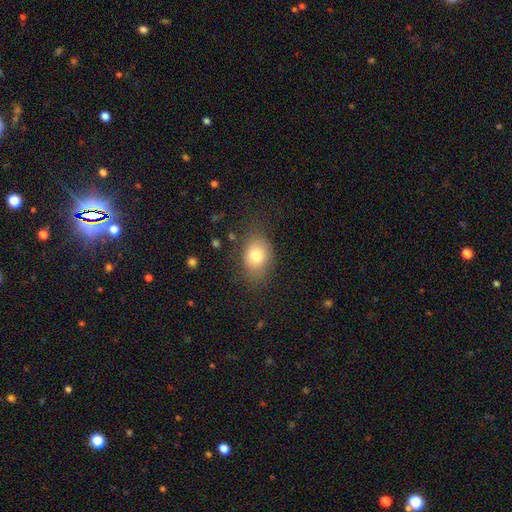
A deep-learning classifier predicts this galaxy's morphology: Smooth or featured: smooth — 77% (featured or disk — 12%)
How rounded: in between — 70% (round — 29%)
Merging: none — 73% (minor disturbance — 18%)